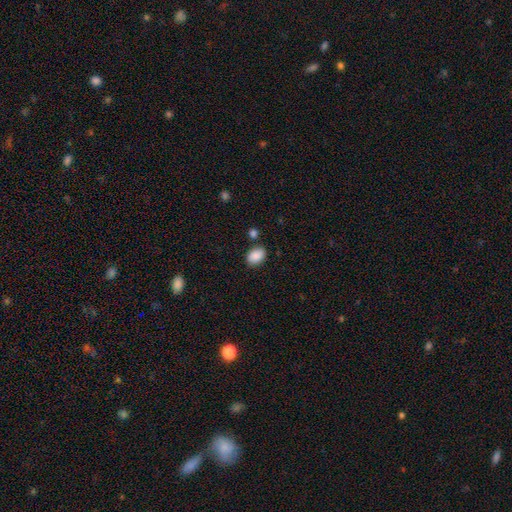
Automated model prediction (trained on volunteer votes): smooth 89%, star or artifact 8%, featured or disk 4%. Down the decision tree: how rounded — in between (80%); merging — none (79%).